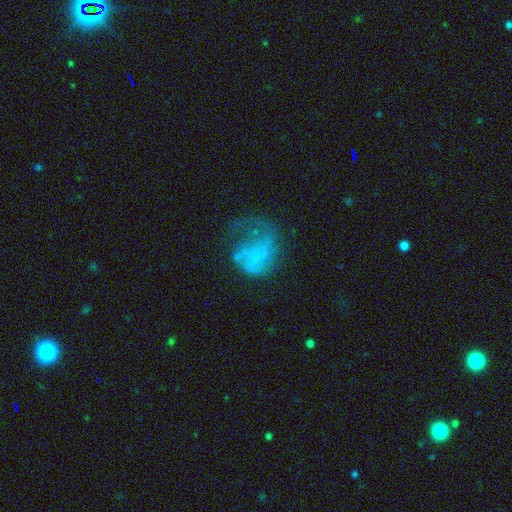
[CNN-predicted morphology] type=featured or disk (50%); edge-on=no (98%); merging=major disturbance (52%).